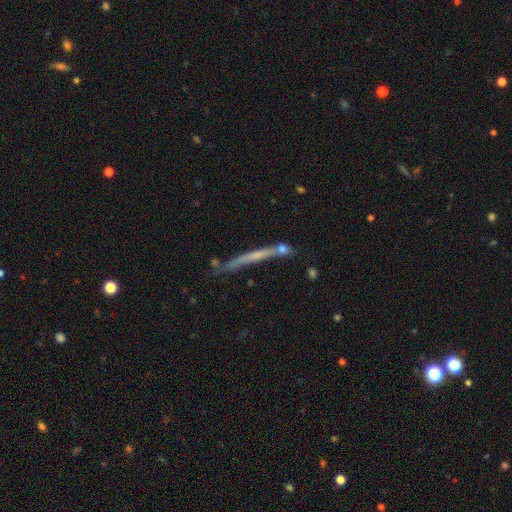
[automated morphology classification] featured or disk 57%, smooth 34%, star or artifact 9%. Down the decision tree: edge-on disk — yes (93%); edge-on bulge — none (71%); merging — none (67%).